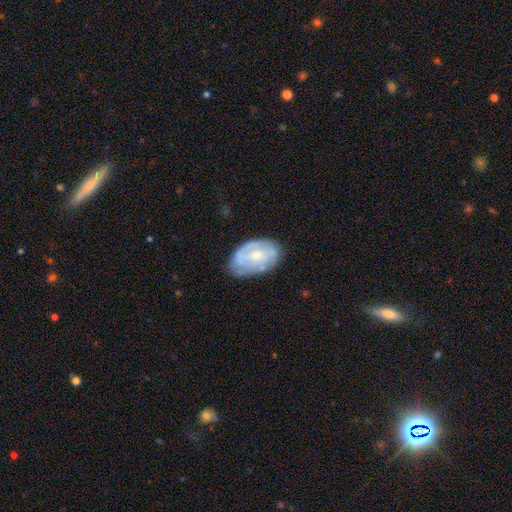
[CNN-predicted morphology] type=featured or disk (64%); edge-on=no (96%); bar=no (57%); spiral arms=yes (69%); bulge=small (54%); merging=none (68%).